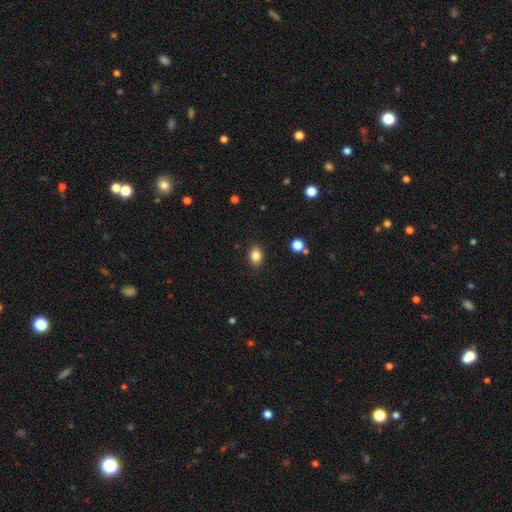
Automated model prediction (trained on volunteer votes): Overall: smooth (84%). How rounded: in between (70%). Merging: none (88%).